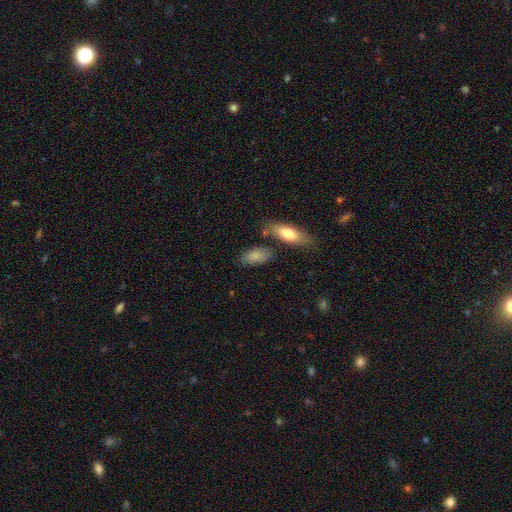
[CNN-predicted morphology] The model was most divided on "merging": none: 71%, minor disturbance: 16%, merger: 9%, major disturbance: 4%. More confident: how rounded — in between (88%); smooth or featured — smooth (83%).